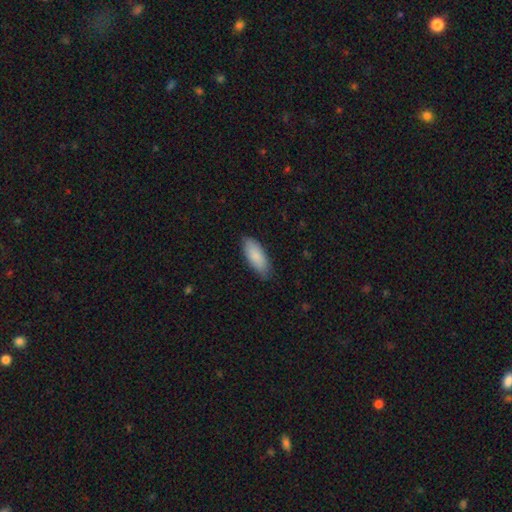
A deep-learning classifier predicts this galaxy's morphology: Q: Smooth or featured?
A: smooth (87%); runner-up: featured or disk (7%)
Q: How rounded?
A: in between (80%); runner-up: cigar-shaped (19%)
Q: Merging?
A: none (82%); runner-up: minor disturbance (15%)